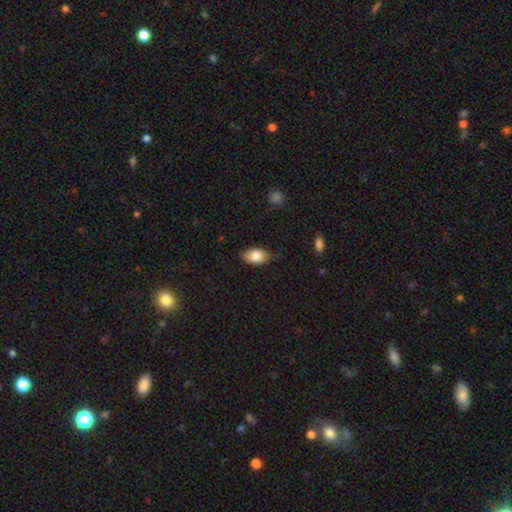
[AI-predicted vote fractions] Smooth or featured? smooth (82%)
How rounded? in between (91%)
Merging? none (75%)